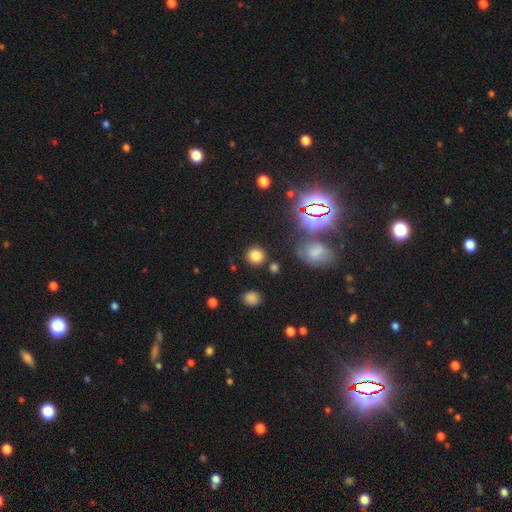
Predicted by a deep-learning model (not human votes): A smooth galaxy with no disk features (78%) that is round (90%).

Vote fractions:
- Smooth or featured? smooth: 78% / star or artifact: 16% / featured or disk: 6%
- How rounded? round: 90% / in between: 8% / cigar-shaped: 1%
- Merging? none: 85% / minor disturbance: 7% / merger: 4% / major disturbance: 3%